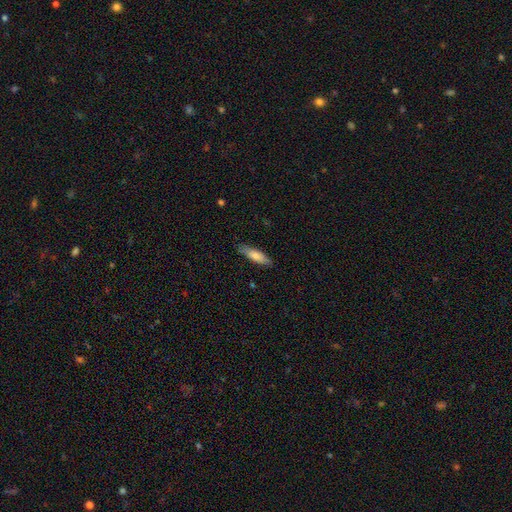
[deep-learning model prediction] Smooth or featured: smooth — 75% (featured or disk — 19%)
How rounded: cigar-shaped — 61% (in between — 38%)
Merging: none — 84% (minor disturbance — 12%)